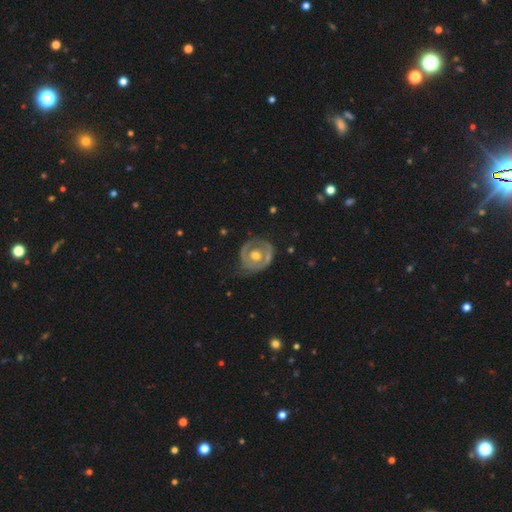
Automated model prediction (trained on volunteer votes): A featured or disk galaxy (66%) with no bar (80%), no spiral arms (61%) and a moderate central bulge (77%). Merging: none (63%).